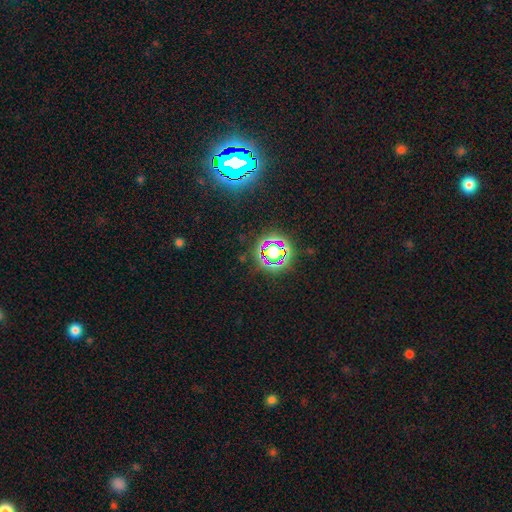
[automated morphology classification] A star or artifact, not a galaxy (80%).